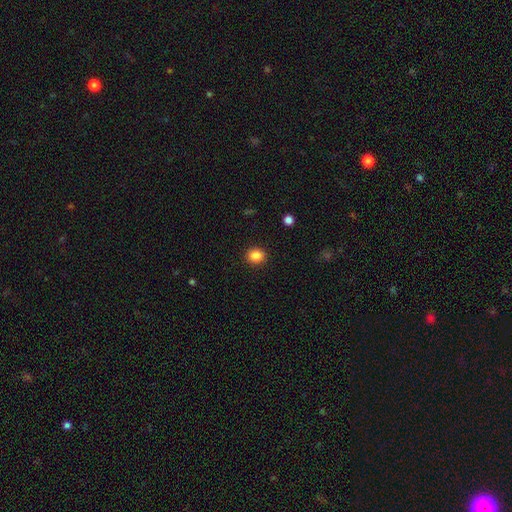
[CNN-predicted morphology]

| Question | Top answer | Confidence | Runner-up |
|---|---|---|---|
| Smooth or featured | smooth | 86% | star or artifact (10%) |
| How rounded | round | 76% | in between (23%) |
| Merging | none | 91% | minor disturbance (6%) |